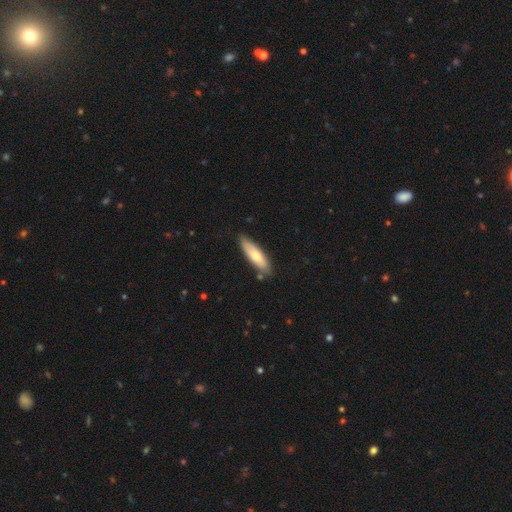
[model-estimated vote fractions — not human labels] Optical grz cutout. It shows a smooth galaxy with no disk features (67%) that is cigar-shaped (55%). Merging: none (80%).